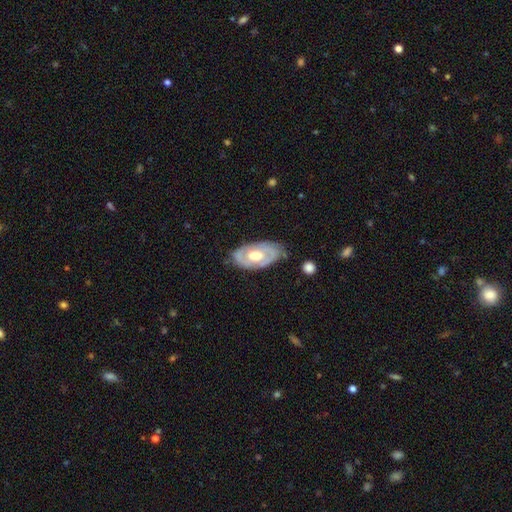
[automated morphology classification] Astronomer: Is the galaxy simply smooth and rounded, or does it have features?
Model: featured or disk — 72%.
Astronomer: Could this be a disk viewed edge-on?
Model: no — 92%.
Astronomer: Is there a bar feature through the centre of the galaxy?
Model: no — 74%.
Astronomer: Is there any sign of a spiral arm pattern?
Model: yes — 64%.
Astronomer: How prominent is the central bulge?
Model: moderate — 73%.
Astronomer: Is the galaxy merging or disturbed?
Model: none — 71%.